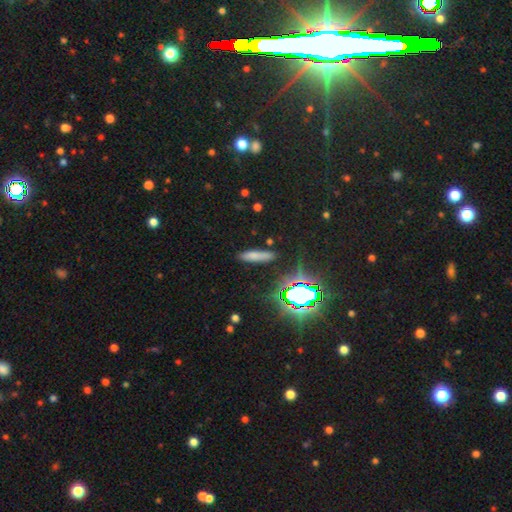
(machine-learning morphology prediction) Smooth or featured?
  - smooth: 68% *
  - star or artifact: 19%
  - featured or disk: 13%
How rounded?
  - cigar-shaped: 77% *
  - in between: 20%
  - round: 3%
Merging?
  - none: 84% *
  - minor disturbance: 10%
  - major disturbance: 3%
  - merger: 3%